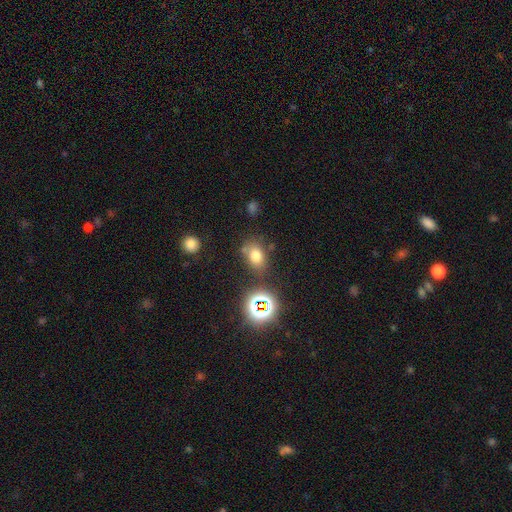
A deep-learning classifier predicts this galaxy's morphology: Overall: smooth (70%). How rounded: in between (68%; round 30%). Merging: none (68%).